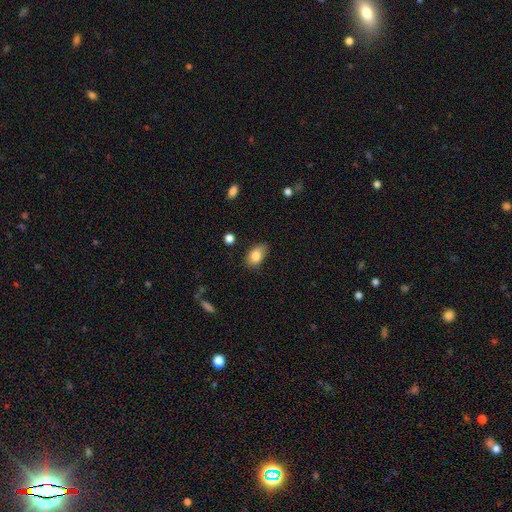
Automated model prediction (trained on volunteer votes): This is clearly a smooth galaxy (83%). How rounded: clearly in between (86%). Merging: likely none (68%).